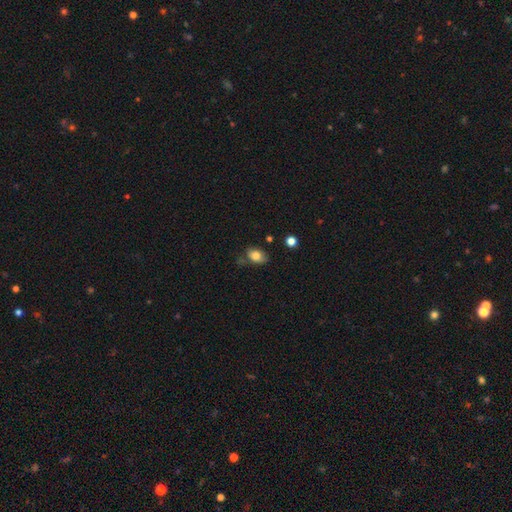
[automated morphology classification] Smooth or featured?
  - smooth: 81% *
  - featured or disk: 10%
  - star or artifact: 9%
How rounded?
  - in between: 85% *
  - round: 14%
  - cigar-shaped: 2%
Merging?
  - none: 63% *
  - minor disturbance: 25%
  - major disturbance: 6%
  - merger: 6%